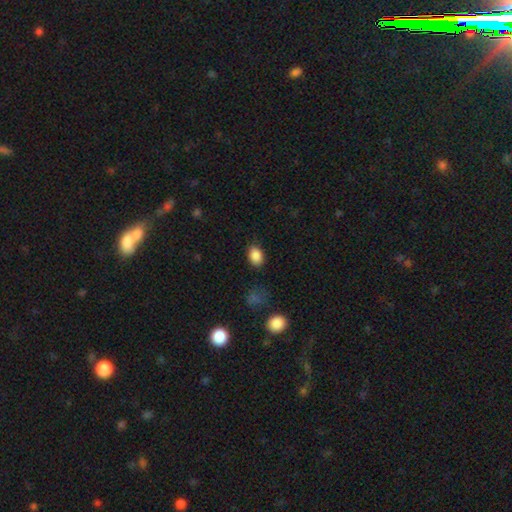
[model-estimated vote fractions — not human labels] Smooth or featured: smooth — 87% (star or artifact — 9%)
How rounded: in between — 79% (round — 20%)
Merging: none — 84% (minor disturbance — 11%)